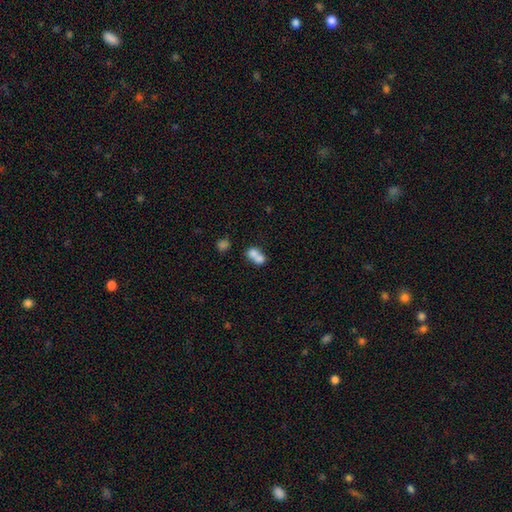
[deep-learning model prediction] This appears to be a smooth galaxy with no disk features (71%) that is in between round and cigar-shaped (57%). Merging: merger (71%).